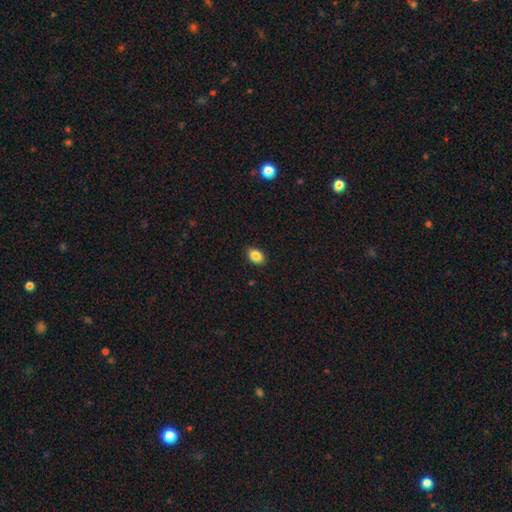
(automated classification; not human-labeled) A smooth galaxy with no disk features (88%) that is in between round and cigar-shaped (84%).

Vote fractions:
- Smooth or featured? smooth: 88% / star or artifact: 8% / featured or disk: 4%
- How rounded? in between: 84% / round: 15% / cigar-shaped: 1%
- Merging? none: 88% / minor disturbance: 10% / major disturbance: 2% / merger: 1%